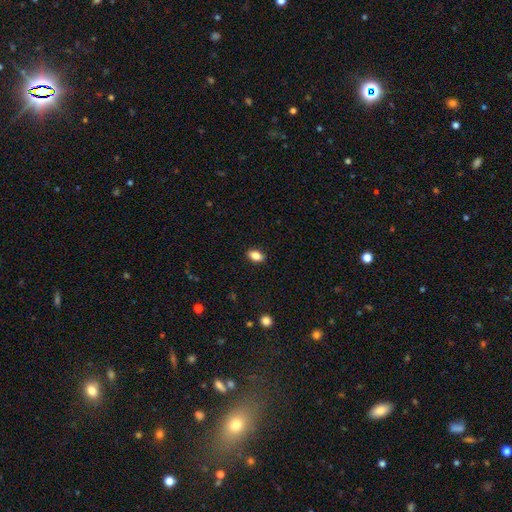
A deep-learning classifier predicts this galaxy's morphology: Smooth or featured: smooth — 84% (star or artifact — 9%)
How rounded: in between — 87% (round — 10%)
Merging: none — 89% (minor disturbance — 8%)